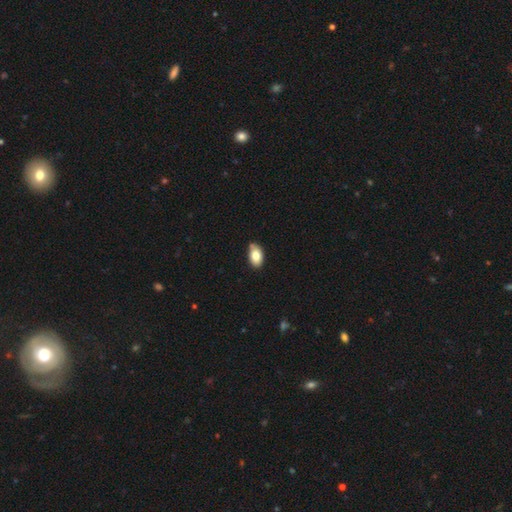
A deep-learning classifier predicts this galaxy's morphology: Smooth or featured?
  - smooth: 81% *
  - featured or disk: 11%
  - star or artifact: 8%
How rounded?
  - in between: 91% *
  - round: 8%
  - cigar-shaped: 1%
Merging?
  - none: 76% *
  - minor disturbance: 17%
  - merger: 4%
  - major disturbance: 3%